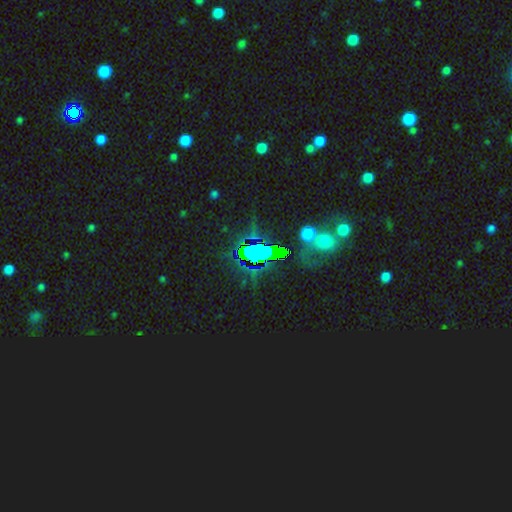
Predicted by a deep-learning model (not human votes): Smooth or featured?
  - star or artifact: 72% *
  - smooth: 16%
  - featured or disk: 12%